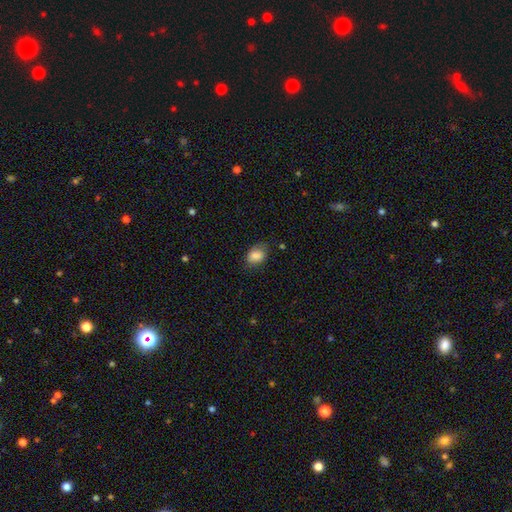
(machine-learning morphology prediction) Smooth or featured: smooth — 83% (featured or disk — 9%)
How rounded: in between — 78% (round — 21%)
Merging: none — 68% (minor disturbance — 24%)